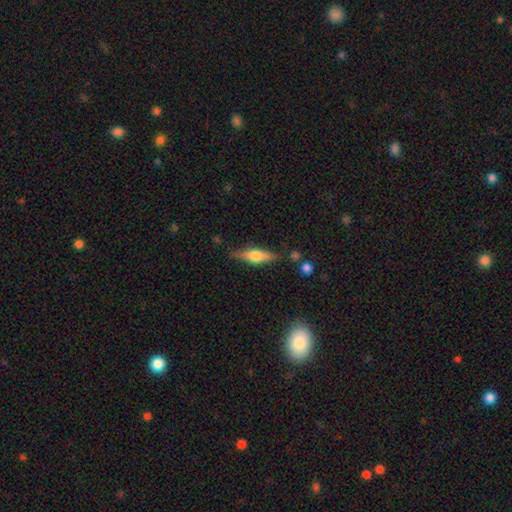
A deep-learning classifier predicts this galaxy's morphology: Smooth or featured? Predicted: featured or disk (p=0.49). Merging? Predicted: none (p=0.78).